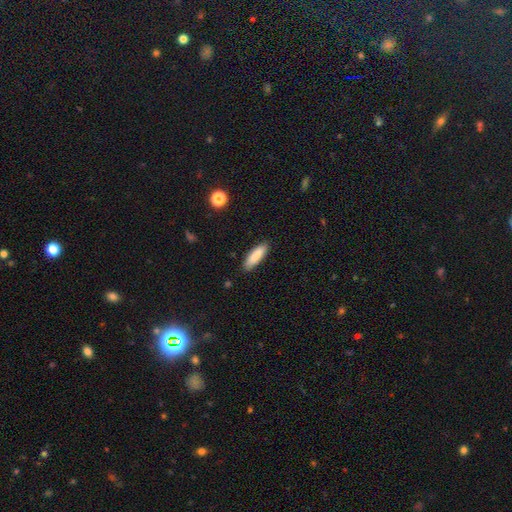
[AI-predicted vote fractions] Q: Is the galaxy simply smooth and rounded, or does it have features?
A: smooth — 86%.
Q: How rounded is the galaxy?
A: in between — 50%.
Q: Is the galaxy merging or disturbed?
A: none — 88%.